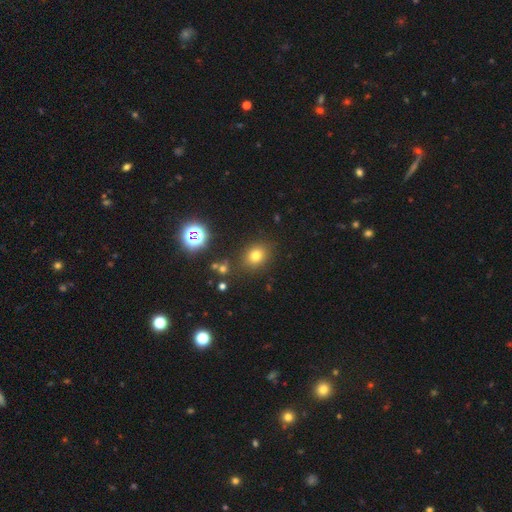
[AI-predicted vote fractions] A smooth galaxy with no disk features (74%) that is round (61%).

Vote fractions:
- Smooth or featured? smooth: 74% / star or artifact: 18% / featured or disk: 8%
- How rounded? round: 61% / in between: 38% / cigar-shaped: 1%
- Merging? none: 83% / minor disturbance: 10% / major disturbance: 4% / merger: 3%